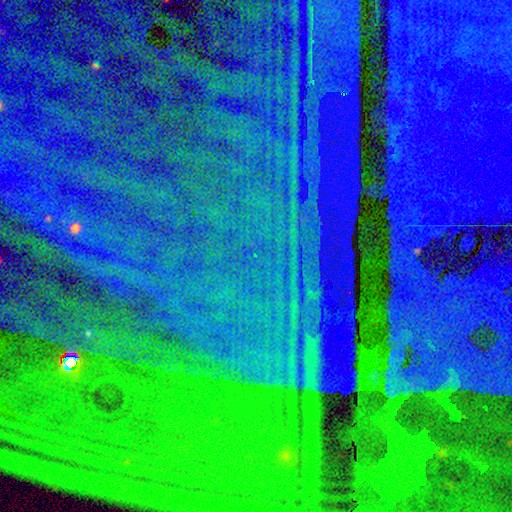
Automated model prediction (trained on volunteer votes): This is clearly a star or artifact rather than a galaxy (88%).